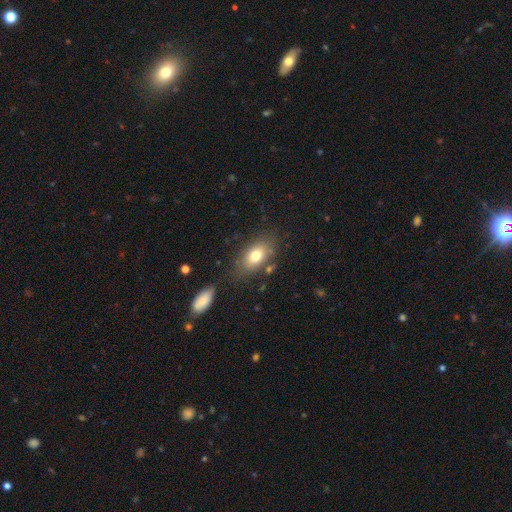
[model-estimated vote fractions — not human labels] Q: Smooth or featured?
A: smooth (76%); runner-up: featured or disk (15%)
Q: How rounded?
A: in between (85%); runner-up: round (12%)
Q: Merging?
A: none (73%); runner-up: minor disturbance (16%)